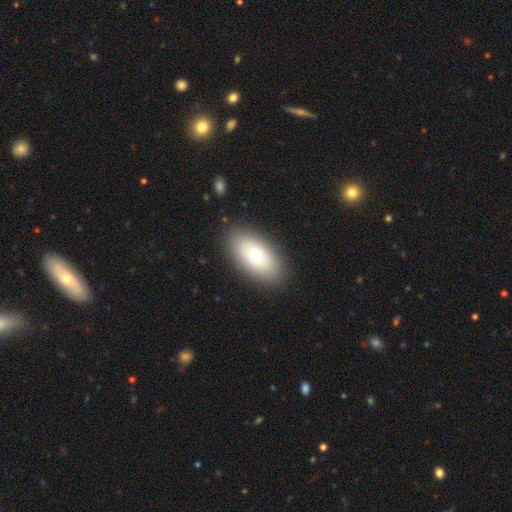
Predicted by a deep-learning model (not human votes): The model was most divided on "smooth or featured": smooth: 69%, featured or disk: 24%, star or artifact: 8%. More confident: how rounded — in between (92%); merging — none (87%).